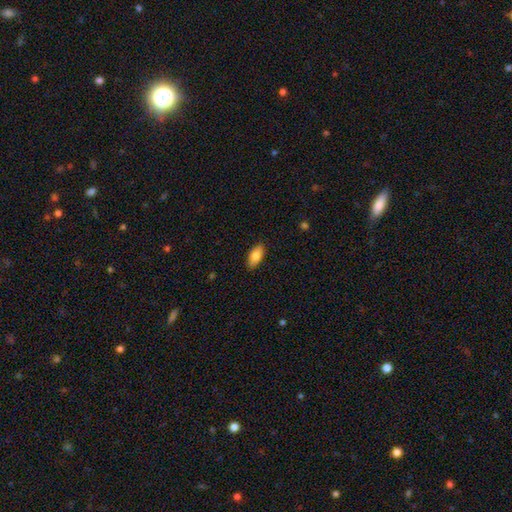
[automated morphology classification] Overall: smooth (82%). How rounded: in between (87%). Merging: none (89%).